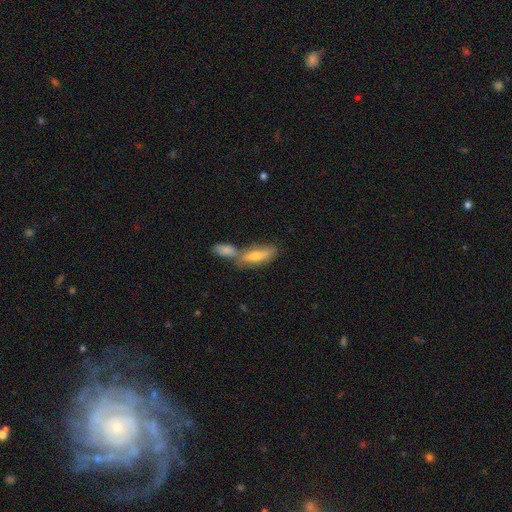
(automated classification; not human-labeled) Smooth or featured? Predicted: smooth (p=0.63). How rounded? Predicted: in between (p=0.54). Merging? Predicted: merger (p=0.52).